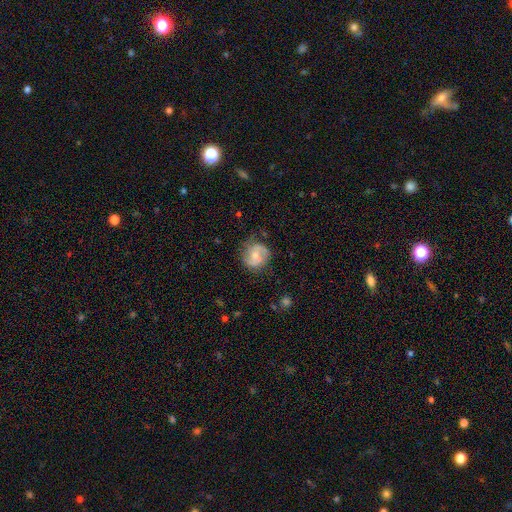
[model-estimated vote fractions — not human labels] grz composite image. It shows a featured or disk galaxy (56%) with no bar (52%), spiral arms (81%) and a moderate central bulge (48%). Merging: none (63%).